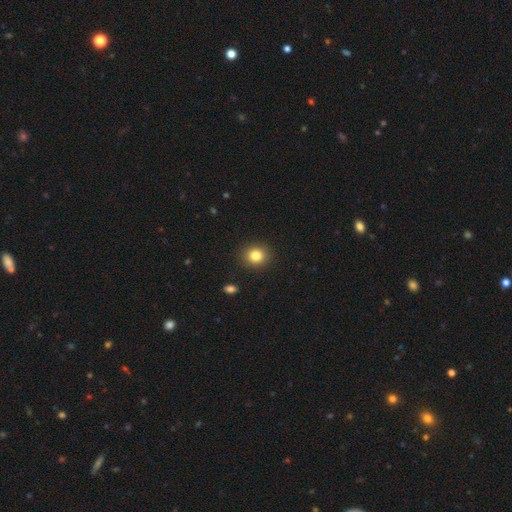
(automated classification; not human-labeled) A smooth galaxy with no disk features (83%) that is round (82%). Merging: none (91%).